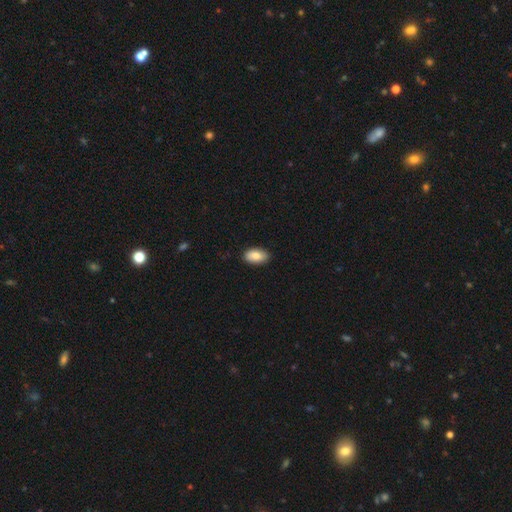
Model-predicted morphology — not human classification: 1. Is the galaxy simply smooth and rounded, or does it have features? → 83% smooth, 11% featured or disk, 7% star or artifact.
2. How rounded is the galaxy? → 94% in between, 5% round, 2% cigar-shaped.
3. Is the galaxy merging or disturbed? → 89% none, 9% minor disturbance, 2% major disturbance, 1% merger.